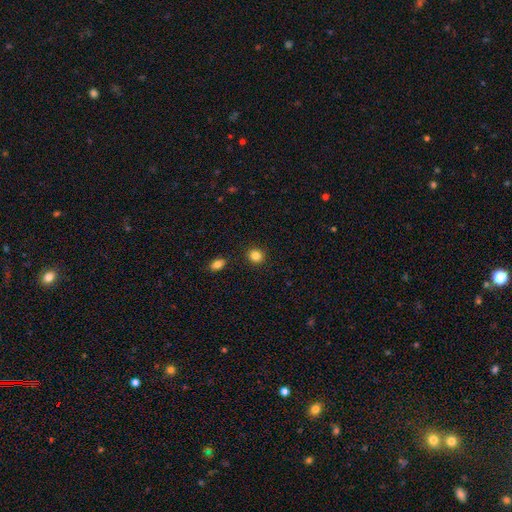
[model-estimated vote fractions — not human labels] Smooth or featured? Predicted: smooth (p=0.85). How rounded? Predicted: round (p=0.84). Merging? Predicted: none (p=0.90).